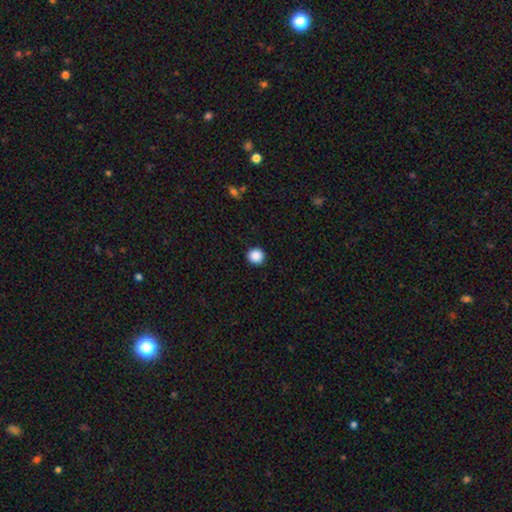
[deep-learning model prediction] Q: Smooth or featured?
A: smooth (88%); runner-up: star or artifact (9%)
Q: How rounded?
A: round (95%); runner-up: in between (4%)
Q: Merging?
A: none (93%); runner-up: minor disturbance (4%)